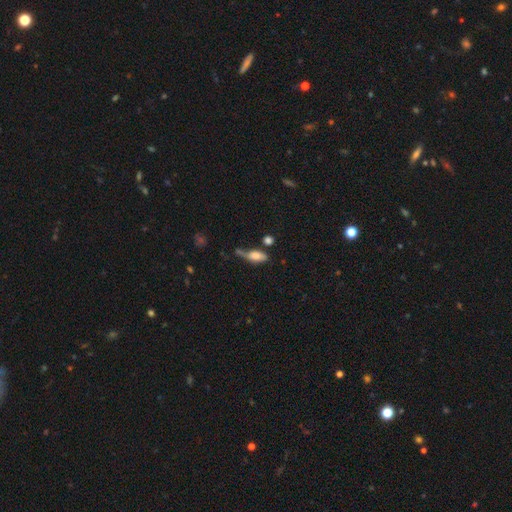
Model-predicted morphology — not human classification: Smooth or featured? smooth (69%)
How rounded? in between (71%)
Merging? none (40%)